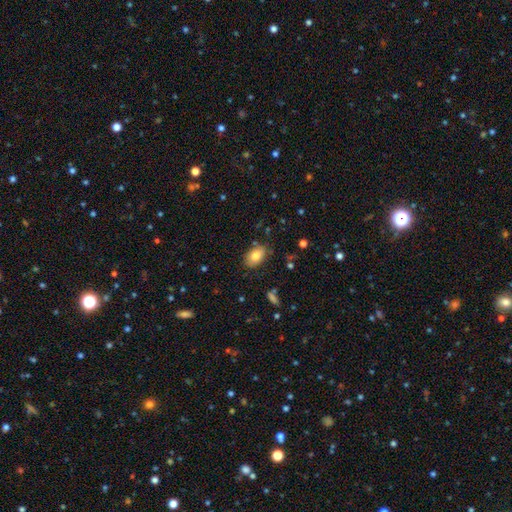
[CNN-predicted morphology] This is clearly a smooth galaxy (82%). How rounded: clearly in between (89%). Merging: likely none (78%).